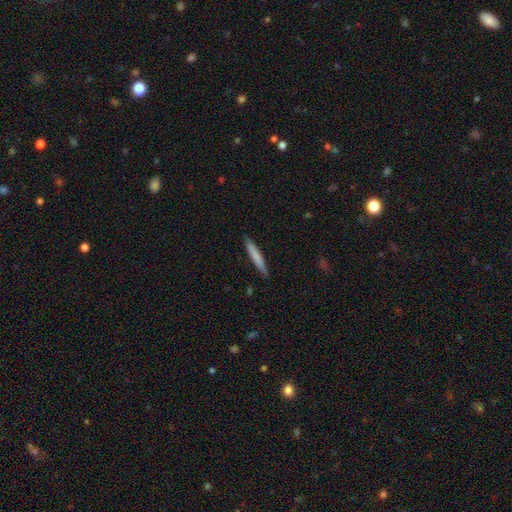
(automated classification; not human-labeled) Morphology: type=smooth (77%); roundness=cigar-shaped (94%); merging=none (89%).